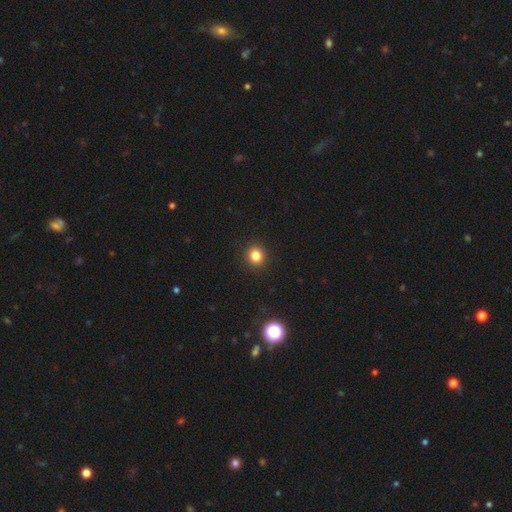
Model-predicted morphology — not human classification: Overall: smooth (82%). How rounded: round (88%). Merging: none (92%).